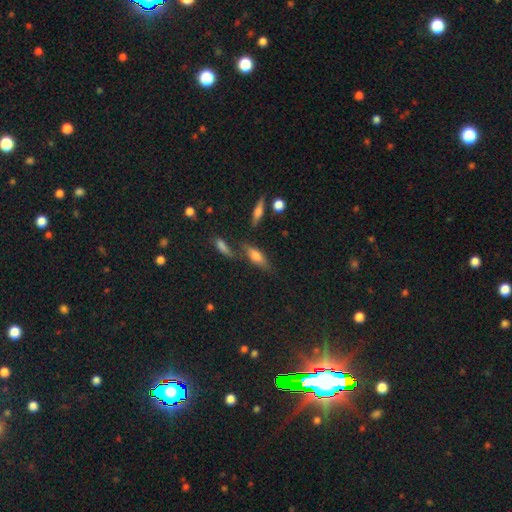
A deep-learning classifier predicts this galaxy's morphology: Smooth or featured: smooth — 61% (featured or disk — 27%)
How rounded: in between — 63% (cigar-shaped — 33%)
Merging: none — 61% (minor disturbance — 17%)